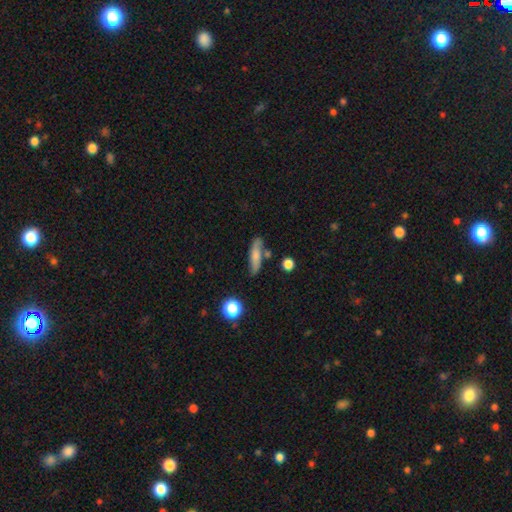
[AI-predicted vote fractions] Q: Smooth or featured?
A: smooth (67%); runner-up: featured or disk (25%)
Q: How rounded?
A: cigar-shaped (60%); runner-up: in between (35%)
Q: Merging?
A: none (68%); runner-up: minor disturbance (18%)